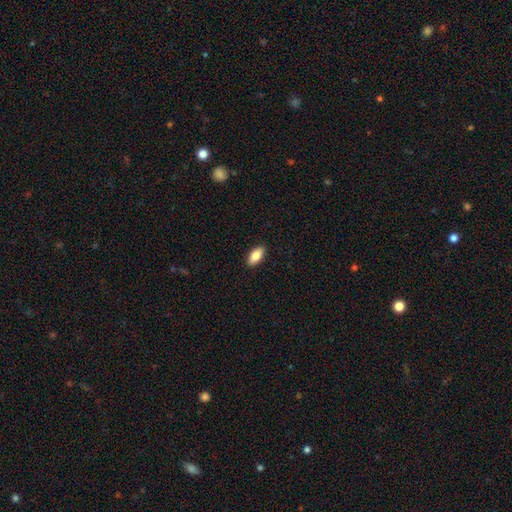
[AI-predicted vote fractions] smooth_or_featured: smooth (p=0.82) [alt: featured or disk p=0.12]
how_rounded: in between (p=0.87) [alt: cigar-shaped p=0.10]
merging: none (p=0.91) [alt: minor disturbance p=0.07]